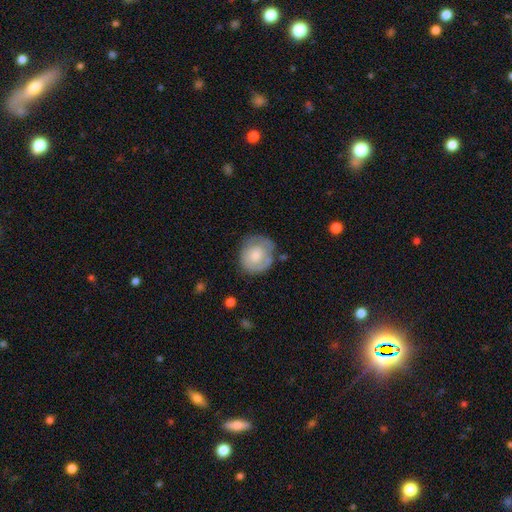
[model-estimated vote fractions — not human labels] Morphology: type=smooth (60%); roundness=round (82%); merging=none (65%).